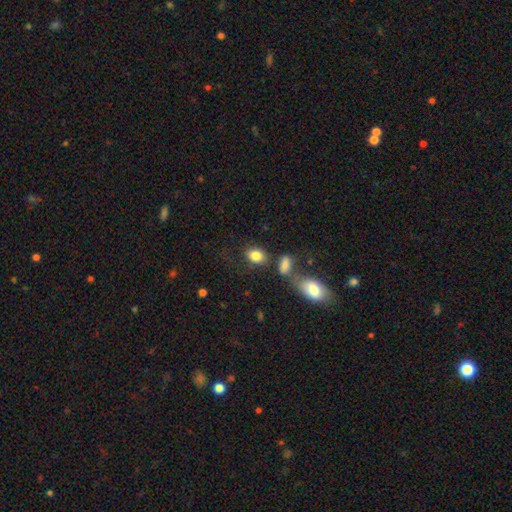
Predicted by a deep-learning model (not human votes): Morphology: type=smooth (84%); roundness=in between (73%); merging=none (60%).